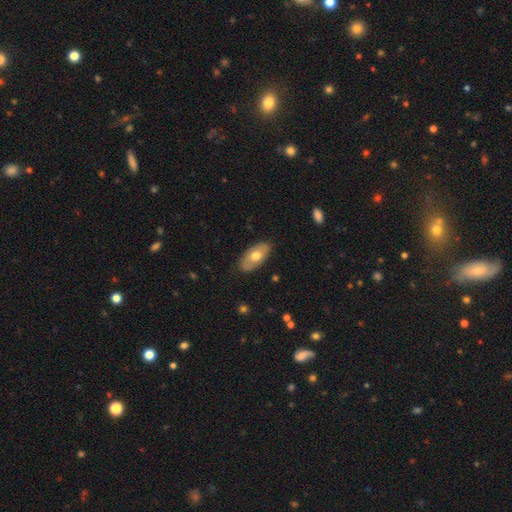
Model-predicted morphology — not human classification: smooth 60%, featured or disk 34%, star or artifact 6%. Down the decision tree: how rounded — in between (92%); merging — none (83%).